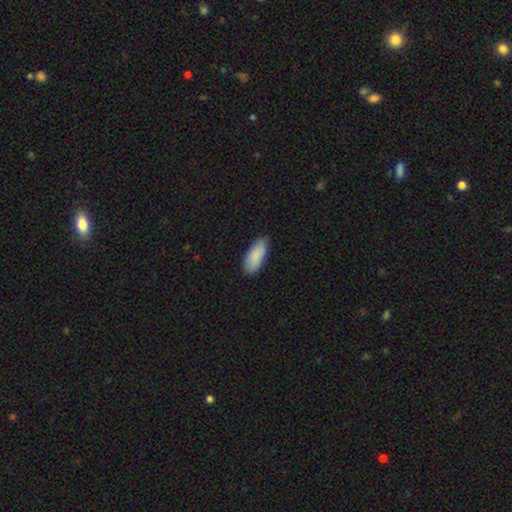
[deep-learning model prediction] Smooth or featured? Predicted: smooth (p=0.88). How rounded? Predicted: in between (p=0.84). Merging? Predicted: none (p=0.75).